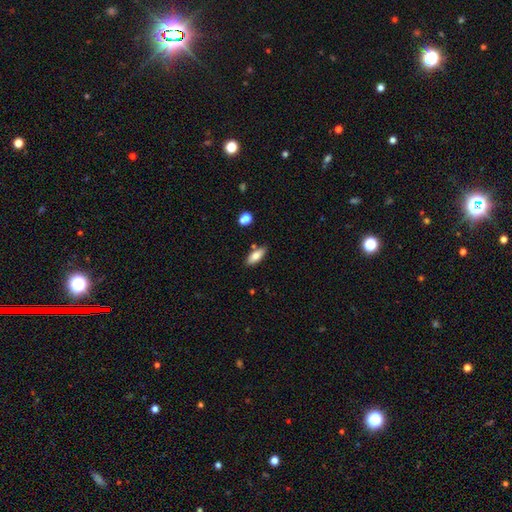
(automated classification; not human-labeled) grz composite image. It shows a smooth galaxy with no disk features (77%) that is in between round and cigar-shaped (77%). Merging: none (82%).